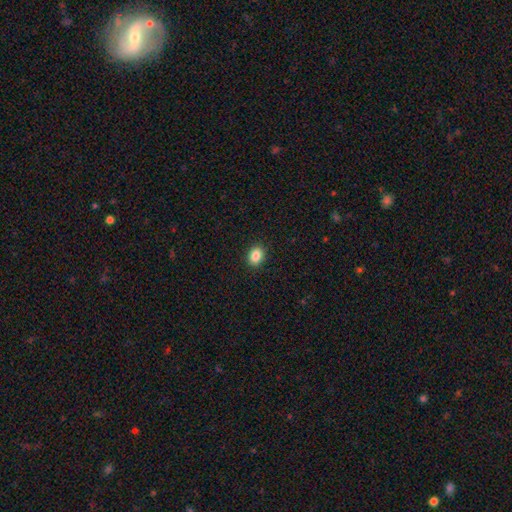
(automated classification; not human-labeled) A smooth galaxy with no disk features (86%) that is in between round and cigar-shaped (64%).

Vote fractions:
- Smooth or featured? smooth: 86% / star or artifact: 9% / featured or disk: 5%
- How rounded? in between: 64% / round: 35% / cigar-shaped: 1%
- Merging? none: 90% / minor disturbance: 7% / major disturbance: 2% / merger: 1%